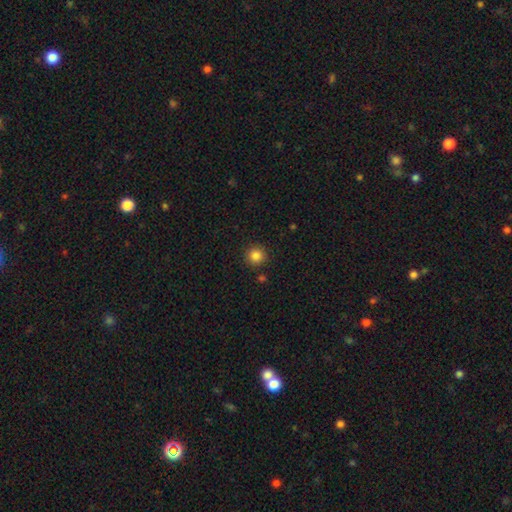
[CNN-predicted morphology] Smooth or featured? smooth (85%)
How rounded? round (95%)
Merging? none (90%)